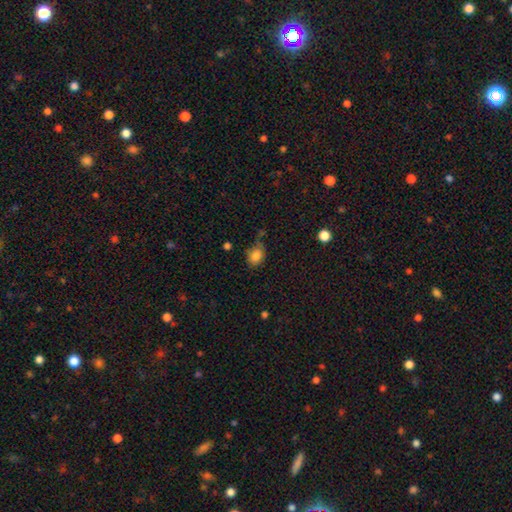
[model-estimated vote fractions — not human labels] The model was most divided on "how rounded": in between: 61%, round: 38%, cigar-shaped: 1%. More confident: smooth or featured — smooth (84%); merging — none (58%).